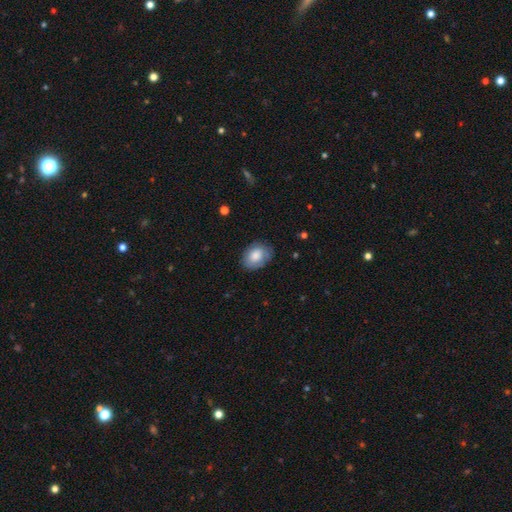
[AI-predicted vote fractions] This is likely a smooth galaxy (76%). How rounded: likely in between (72%). Merging: likely none (76%).